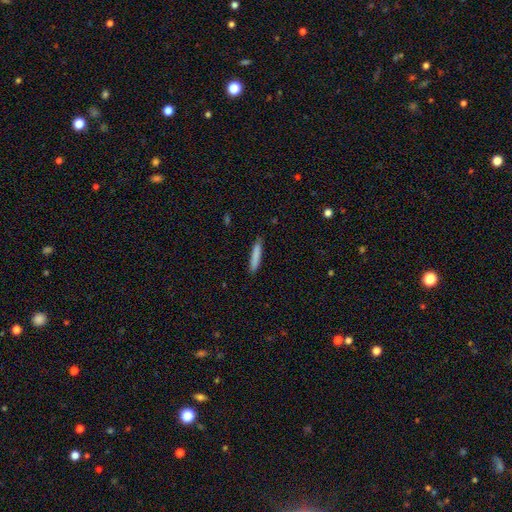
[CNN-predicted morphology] Smooth or featured?
  - smooth: 83% *
  - featured or disk: 11%
  - star or artifact: 6%
How rounded?
  - cigar-shaped: 92% *
  - in between: 7%
  - round: 1%
Merging?
  - none: 86% *
  - minor disturbance: 11%
  - major disturbance: 2%
  - merger: 1%